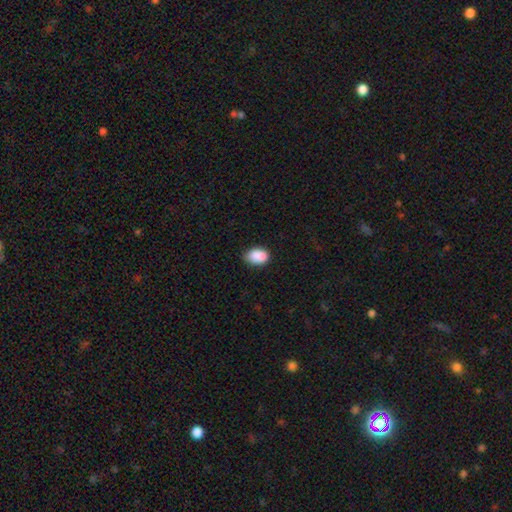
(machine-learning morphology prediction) Smooth or featured: smooth — 89% (star or artifact — 8%)
How rounded: in between — 83% (round — 16%)
Merging: none — 72% (minor disturbance — 23%)